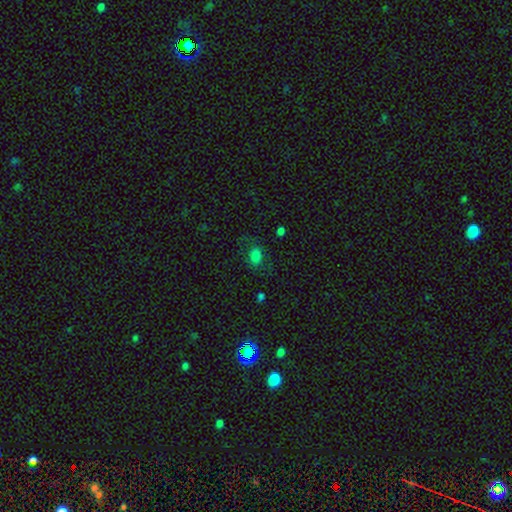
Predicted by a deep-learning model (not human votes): This appears to be a smooth galaxy with no disk features (77%) that is in between round and cigar-shaped (73%). Merging: none (69%).